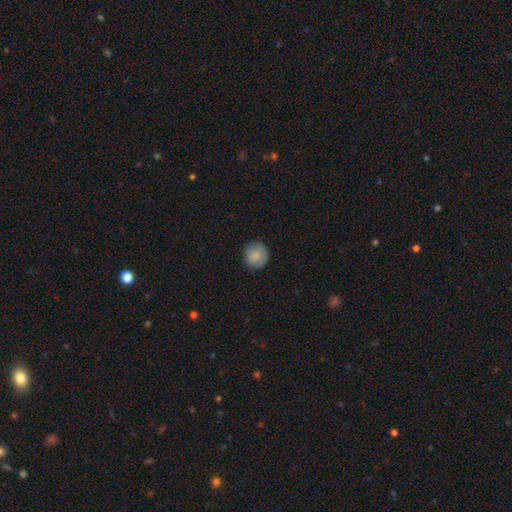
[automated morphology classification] The model was most divided on "merging": none: 86%, minor disturbance: 11%, major disturbance: 2%, merger: 1%. More confident: how rounded — round (93%); smooth or featured — smooth (86%).